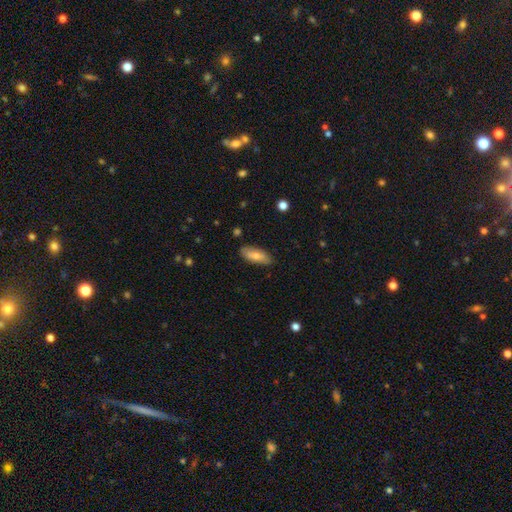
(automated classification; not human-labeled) Morphology: type=smooth (68%); roundness=in between (78%); merging=none (82%).